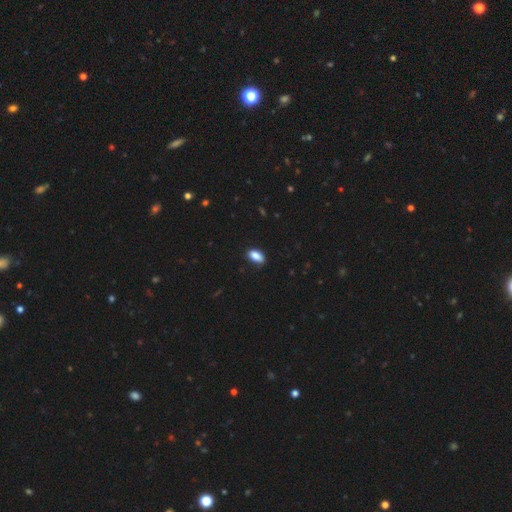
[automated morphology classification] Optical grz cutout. It shows a smooth galaxy with no disk features (87%) that is in between round and cigar-shaped (90%). Merging: none (84%).